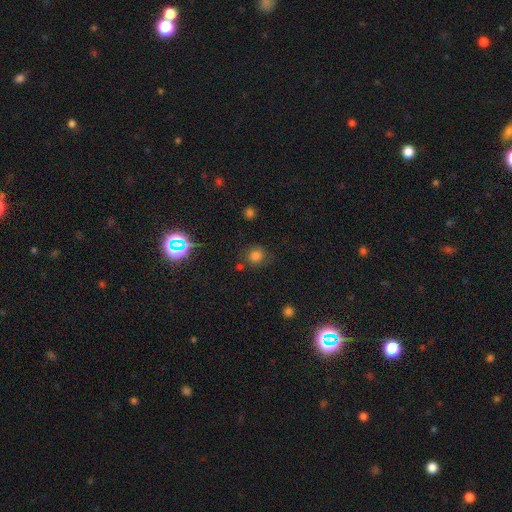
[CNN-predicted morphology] smooth 71%, star or artifact 22%, featured or disk 7%. Down the decision tree: how rounded — round (84%); merging — none (76%).